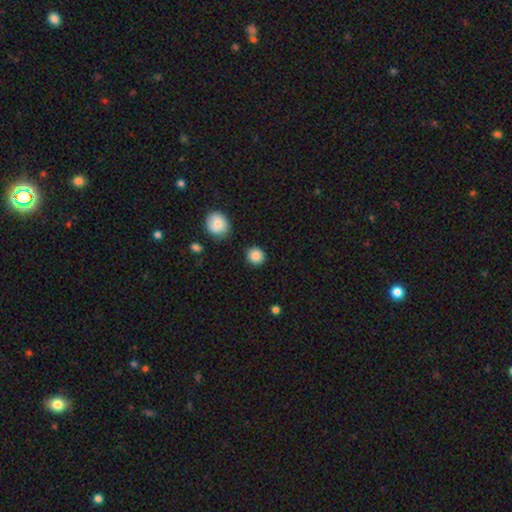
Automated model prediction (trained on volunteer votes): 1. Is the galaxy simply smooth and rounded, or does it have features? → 87% smooth, 9% star or artifact, 4% featured or disk.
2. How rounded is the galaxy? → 90% round, 9% in between, 1% cigar-shaped.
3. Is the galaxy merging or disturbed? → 88% none, 7% minor disturbance, 2% major disturbance, 2% merger.